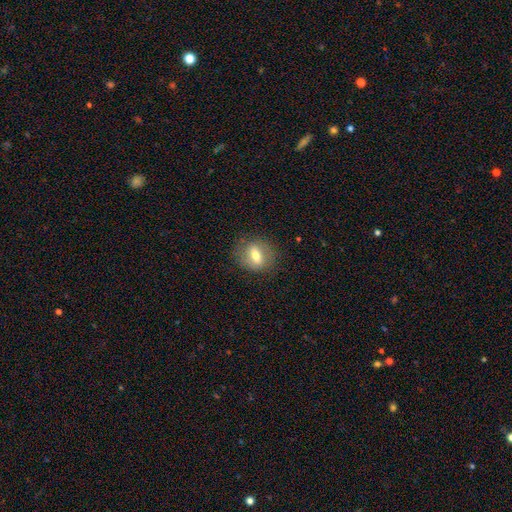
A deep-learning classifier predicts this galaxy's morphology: smooth-or-featured: smooth: 56% | featured or disk: 35% | star or artifact: 9%
  how-rounded: round: 55% | in between: 43% | cigar-shaped: 3%
  merging: none: 82% | minor disturbance: 13% | major disturbance: 5% | merger: 1%